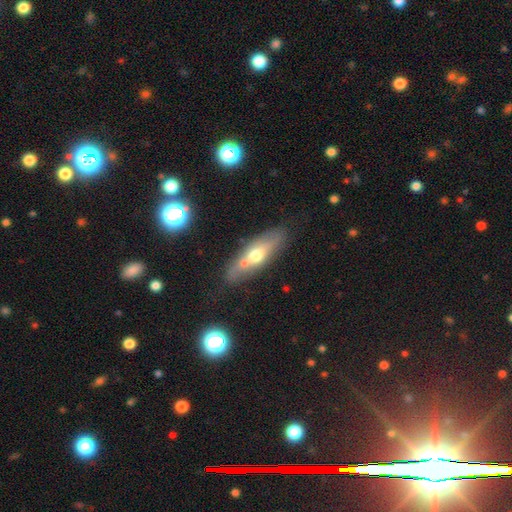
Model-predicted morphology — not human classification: smooth-or-featured: smooth: 52% | featured or disk: 41% | star or artifact: 7%
  how-rounded: in between: 55% | cigar-shaped: 41% | round: 3%
  merging: none: 70% | minor disturbance: 16% | merger: 10% | major disturbance: 5%